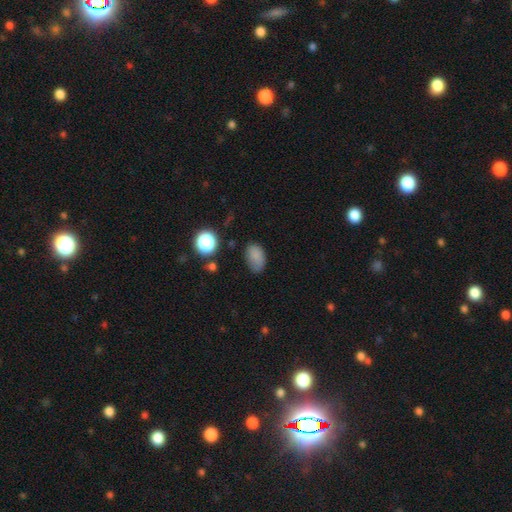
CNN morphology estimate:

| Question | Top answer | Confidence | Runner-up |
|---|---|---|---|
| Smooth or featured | smooth | 81% | star or artifact (13%) |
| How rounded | in between | 86% | round (12%) |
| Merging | none | 64% | minor disturbance (26%) |